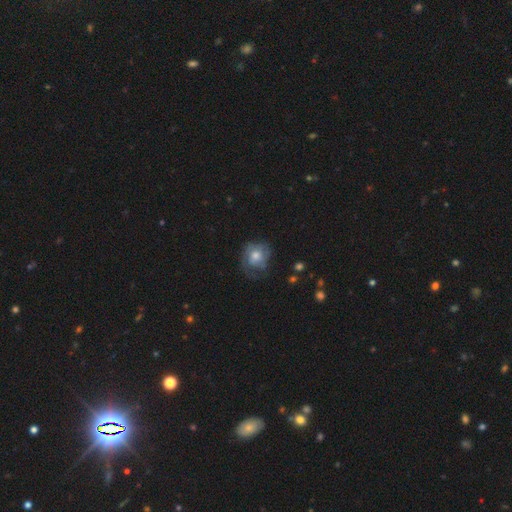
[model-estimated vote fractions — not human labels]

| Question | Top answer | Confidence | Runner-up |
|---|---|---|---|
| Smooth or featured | smooth | 47% | featured or disk (44%) |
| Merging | none | 53% | minor disturbance (25%) |